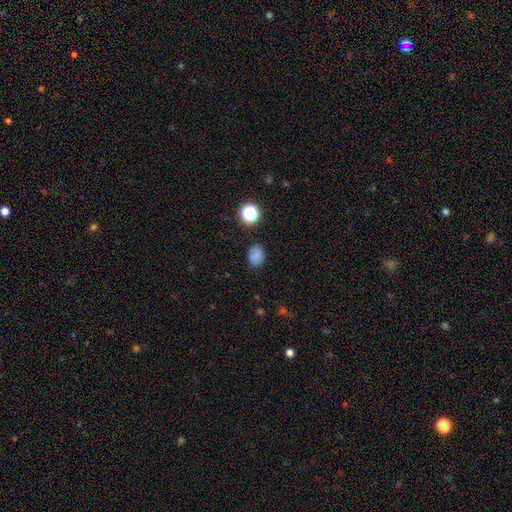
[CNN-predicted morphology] The model was most divided on "how rounded": in between: 52%, round: 47%, cigar-shaped: 1%. More confident: merging — none (81%); smooth or featured — smooth (79%).